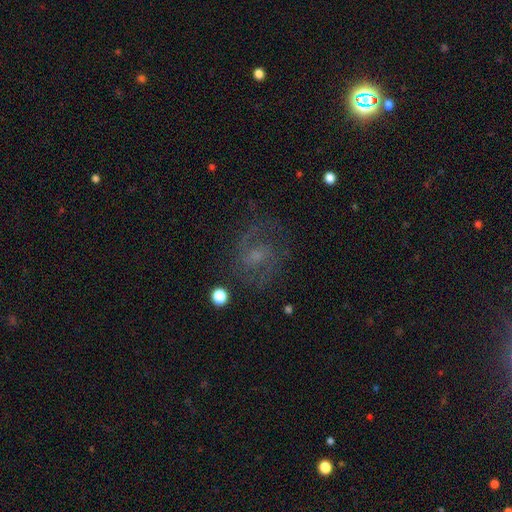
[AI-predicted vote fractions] smooth_or_featured: featured or disk (p=0.68) [alt: smooth p=0.17]
disk_edge_on: no (p=0.98) [alt: yes p=0.02]
bar: no (p=0.48) [alt: weak p=0.44]
has_spiral_arms: yes (p=0.88) [alt: no p=0.12]
spiral_winding: medium (p=0.53) [alt: tight p=0.25]
spiral_arm_count: 2 (p=0.72) [alt: can't tell p=0.16]
bulge_size: small (p=0.50) [alt: moderate p=0.28]
merging: none (p=0.69) [alt: minor disturbance p=0.16]